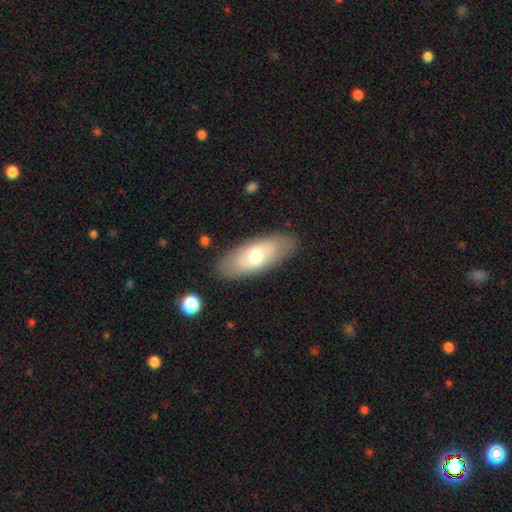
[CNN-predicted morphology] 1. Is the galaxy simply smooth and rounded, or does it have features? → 60% smooth, 34% featured or disk, 6% star or artifact.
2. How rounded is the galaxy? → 83% in between, 14% cigar-shaped, 3% round.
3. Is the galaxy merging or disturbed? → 86% none, 10% minor disturbance, 3% major disturbance, 1% merger.